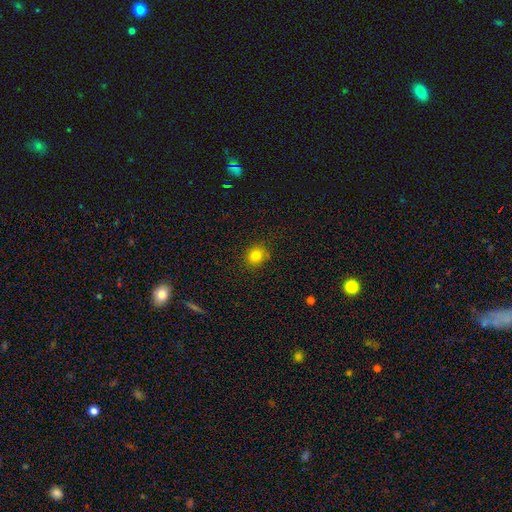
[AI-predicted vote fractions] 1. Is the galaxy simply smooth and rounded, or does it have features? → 80% smooth, 13% star or artifact, 7% featured or disk.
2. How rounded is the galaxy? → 80% round, 19% in between, 1% cigar-shaped.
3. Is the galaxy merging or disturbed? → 85% none, 11% minor disturbance, 3% major disturbance, 2% merger.